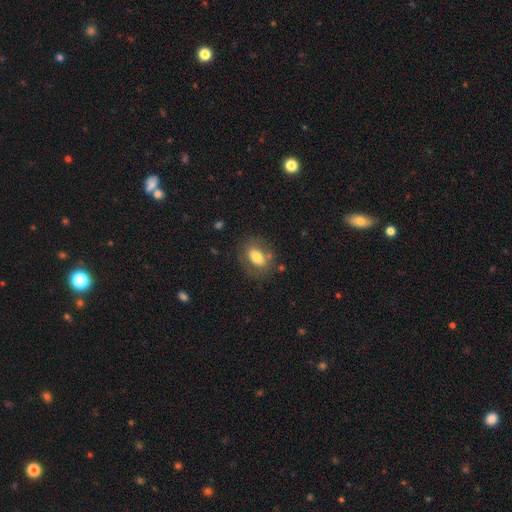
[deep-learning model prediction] Morphology: type=smooth (68%); roundness=in between (77%); merging=none (74%).